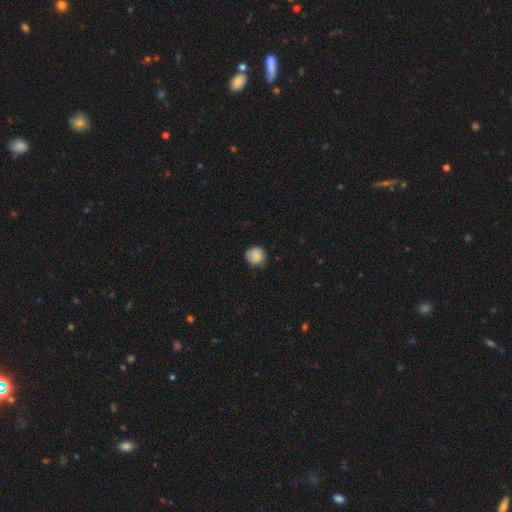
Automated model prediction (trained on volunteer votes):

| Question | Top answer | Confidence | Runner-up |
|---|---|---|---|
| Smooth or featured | smooth | 81% | featured or disk (11%) |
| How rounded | round | 88% | in between (11%) |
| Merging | none | 74% | minor disturbance (20%) |